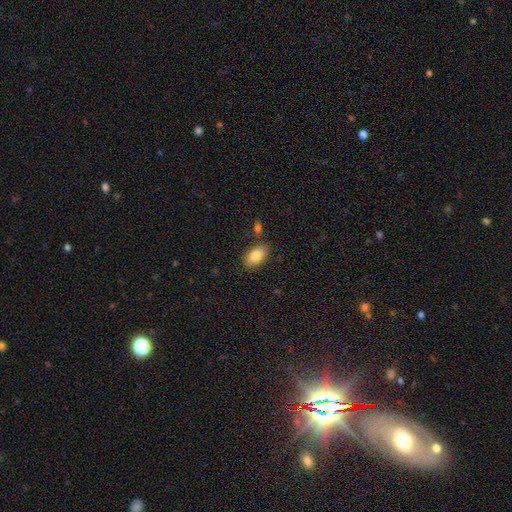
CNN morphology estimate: Smooth or featured? smooth (86%)
How rounded? in between (92%)
Merging? none (79%)